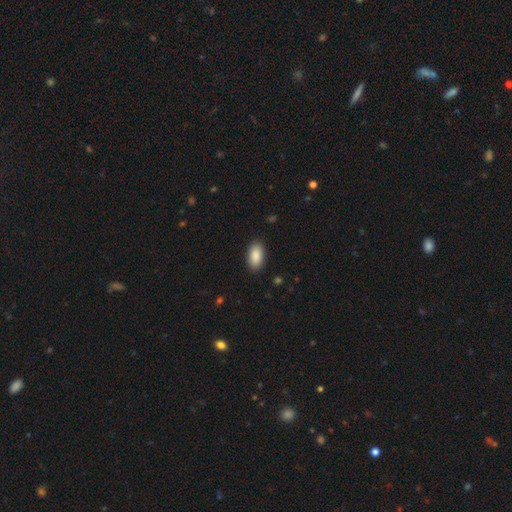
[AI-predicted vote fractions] Smooth or featured? Predicted: smooth (p=0.90). How rounded? Predicted: in between (p=0.94). Merging? Predicted: none (p=0.89).